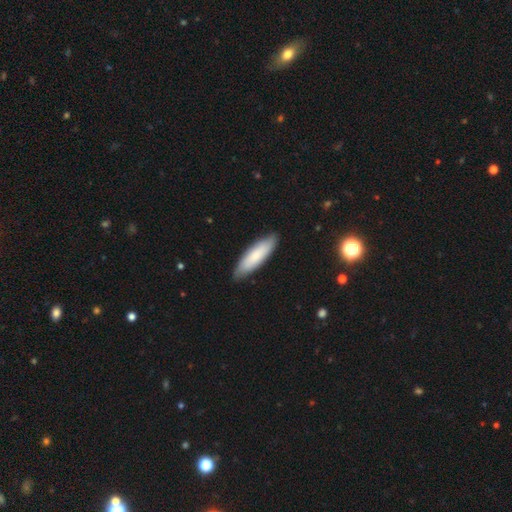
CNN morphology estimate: A smooth galaxy with no disk features (78%) that is cigar-shaped (59%).

Vote fractions:
- Smooth or featured? smooth: 78% / featured or disk: 17% / star or artifact: 5%
- How rounded? cigar-shaped: 59% / in between: 40% / round: 1%
- Merging? none: 86% / minor disturbance: 11% / major disturbance: 2% / merger: 1%